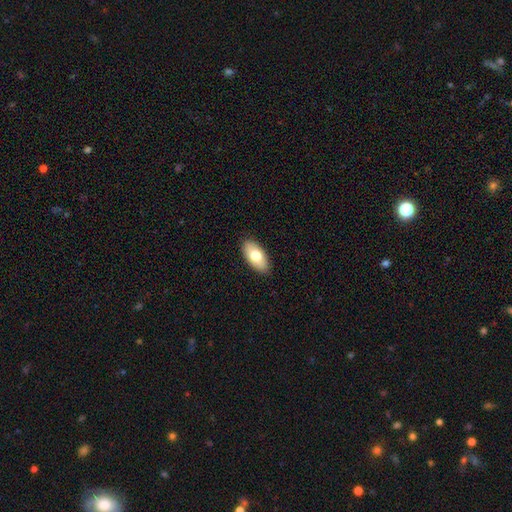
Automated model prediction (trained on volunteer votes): smooth-or-featured: smooth: 74% | featured or disk: 20% | star or artifact: 6%
  how-rounded: in between: 93% | cigar-shaped: 5% | round: 3%
  merging: none: 89% | minor disturbance: 8% | major disturbance: 2% | merger: 1%